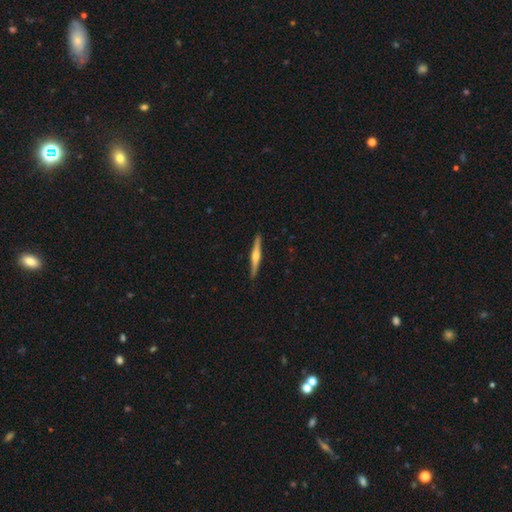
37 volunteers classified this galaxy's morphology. A featured or disk galaxy (59%) viewed edge-on (100%) with a rounded central bulge (91%).

Vote fractions:
- Smooth or featured? featured or disk: 59% / smooth: 32% / star or artifact: 8%
- Edge-on disk? yes: 100% / no: 0%
- Edge-on bulge? rounded: 91% / boxy: 5% / none: 5%
- Merging? none: 94% / minor disturbance: 6% / major disturbance: 0% / merger: 0%